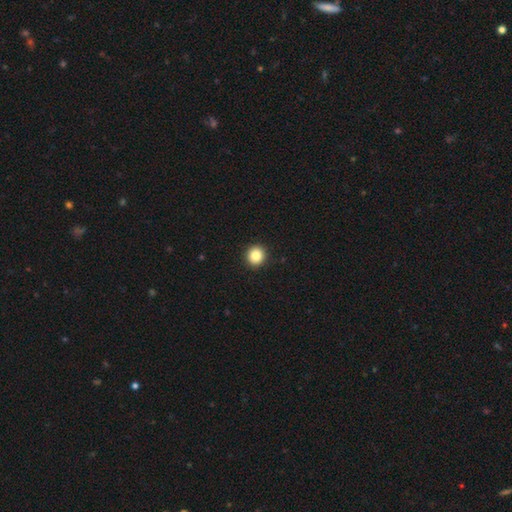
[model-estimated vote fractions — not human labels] Smooth or featured? Predicted: smooth (p=0.86). How rounded? Predicted: round (p=0.93). Merging? Predicted: none (p=0.93).